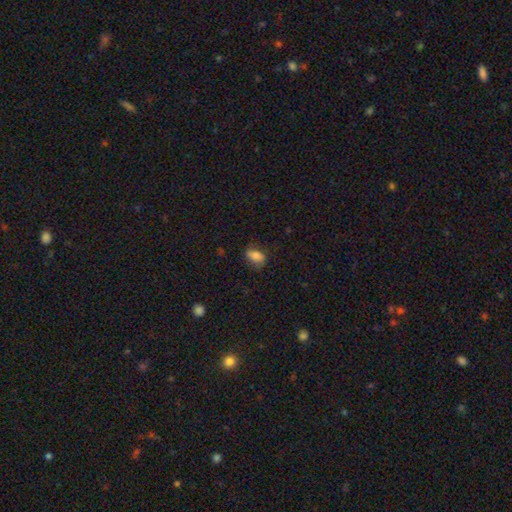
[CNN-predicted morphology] Smooth or featured: smooth — 76% (featured or disk — 15%)
How rounded: in between — 83% (round — 13%)
Merging: none — 73% (minor disturbance — 20%)